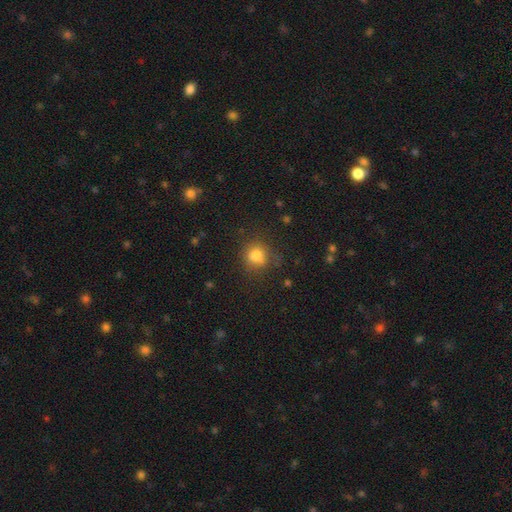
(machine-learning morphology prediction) smooth_or_featured: smooth (p=0.80) [alt: star or artifact p=0.13]
how_rounded: round (p=0.81) [alt: in between p=0.18]
merging: none (p=0.69) [alt: minor disturbance p=0.18]